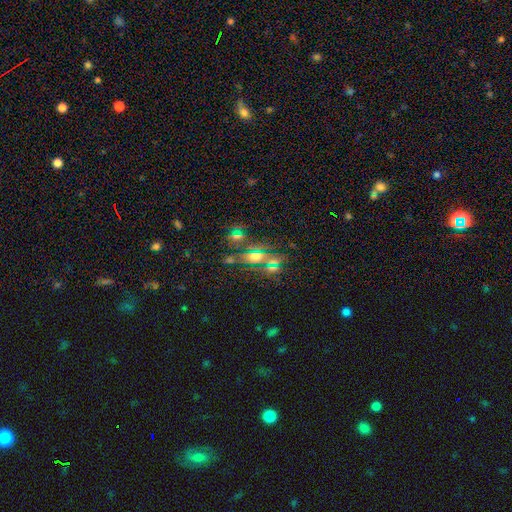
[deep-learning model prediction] Overall: star or artifact (53%; smooth 30%).